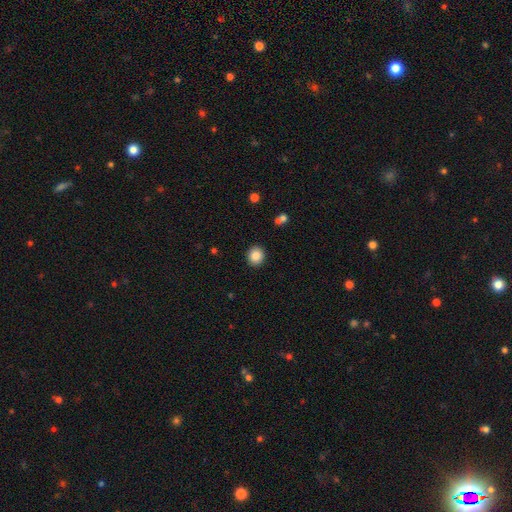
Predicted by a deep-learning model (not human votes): Smooth or featured: smooth — 86% (star or artifact — 9%)
How rounded: round — 84% (in between — 15%)
Merging: none — 91% (minor disturbance — 6%)